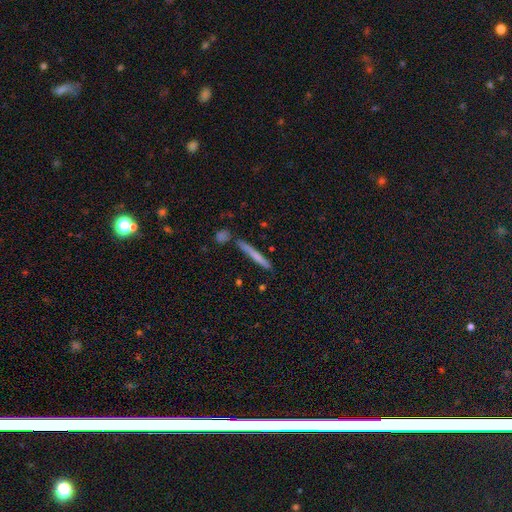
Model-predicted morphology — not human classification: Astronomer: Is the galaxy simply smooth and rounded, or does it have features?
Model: smooth — 62%.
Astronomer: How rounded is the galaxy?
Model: cigar-shaped — 96%.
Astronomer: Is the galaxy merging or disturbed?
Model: none — 83%.